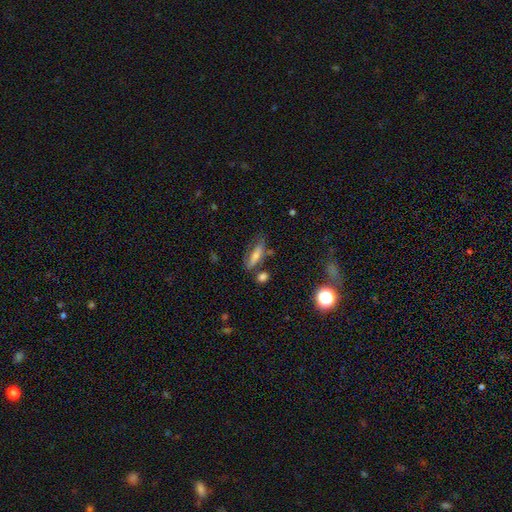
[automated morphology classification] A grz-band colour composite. It shows a smooth galaxy with no disk features (54%) that is cigar-shaped (51%). Merging: none (59%).